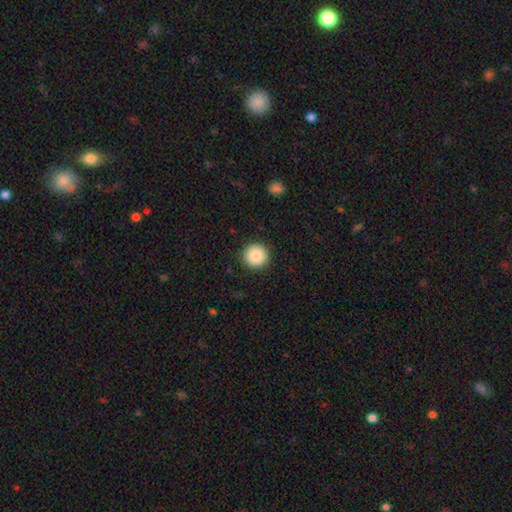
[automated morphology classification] type=smooth (88%); roundness=round (96%); merging=none (92%).